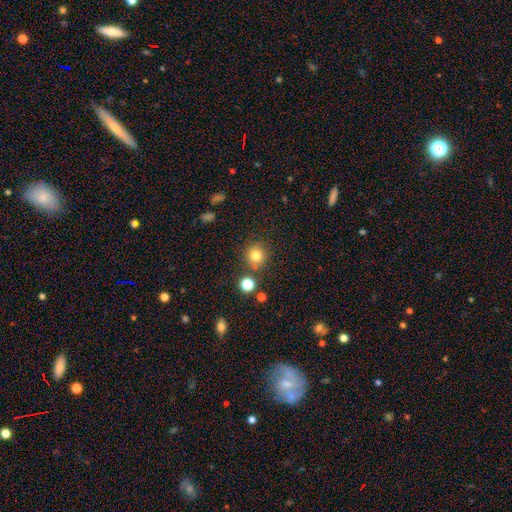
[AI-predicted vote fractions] Smooth or featured? Predicted: smooth (p=0.79). How rounded? Predicted: round (p=0.91). Merging? Predicted: none (p=0.81).